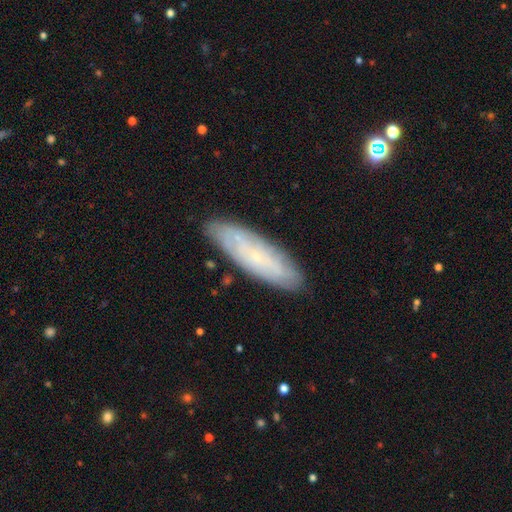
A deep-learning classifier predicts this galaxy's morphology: smooth_or_featured: featured or disk (p=0.57) [alt: smooth p=0.35]
disk_edge_on: no (p=0.74) [alt: yes p=0.26]
merging: none (p=0.85) [alt: minor disturbance p=0.12]